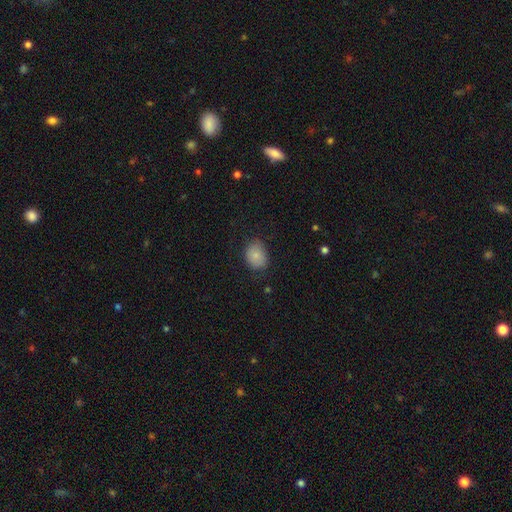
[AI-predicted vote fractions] Q: Smooth or featured?
A: smooth (83%); runner-up: featured or disk (9%)
Q: How rounded?
A: in between (55%); runner-up: round (44%)
Q: Merging?
A: none (72%); runner-up: minor disturbance (22%)